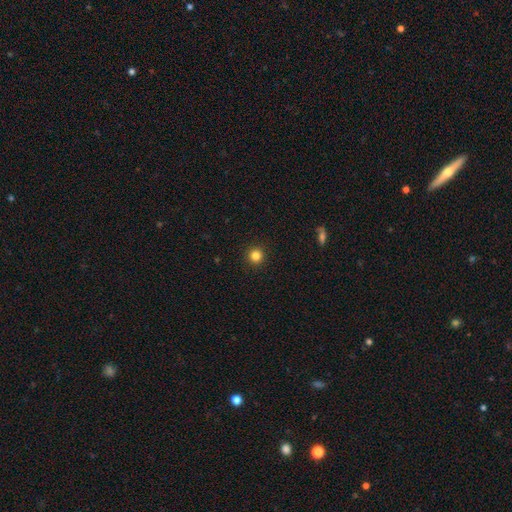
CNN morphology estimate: This is clearly a smooth galaxy (83%). How rounded: clearly round (96%). Merging: clearly none (93%).